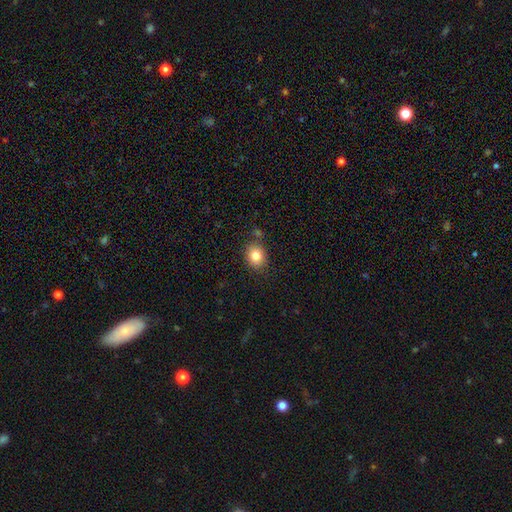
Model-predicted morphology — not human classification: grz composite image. It shows a smooth galaxy with no disk features (82%) that is round (62%). Merging: none (82%).